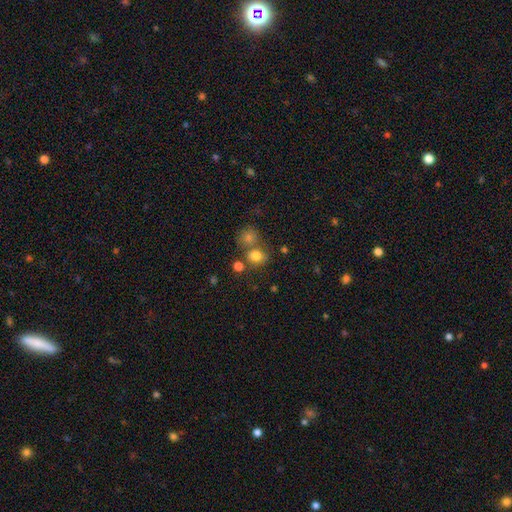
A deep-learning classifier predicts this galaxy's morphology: A smooth galaxy with no disk features (78%) that is round (61%).

Vote fractions:
- Smooth or featured? smooth: 78% / star or artifact: 13% / featured or disk: 8%
- How rounded? round: 61% / in between: 38% / cigar-shaped: 1%
- Merging? none: 55% / merger: 28% / minor disturbance: 11% / major disturbance: 5%